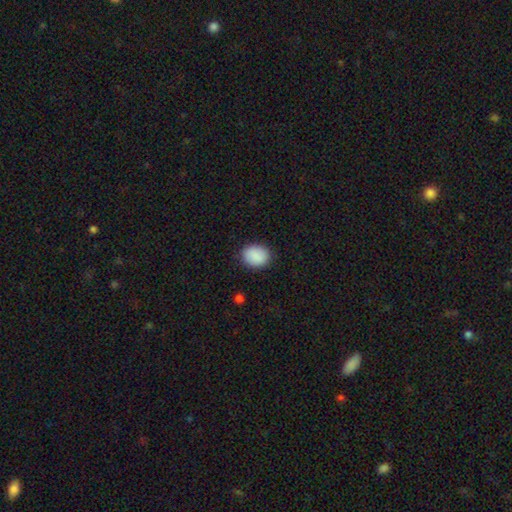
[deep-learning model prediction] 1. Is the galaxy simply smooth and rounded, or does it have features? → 90% smooth, 7% star or artifact, 3% featured or disk.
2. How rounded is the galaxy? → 51% in between, 48% round, 1% cigar-shaped.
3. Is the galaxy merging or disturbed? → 86% none, 10% minor disturbance, 3% major disturbance, 1% merger.